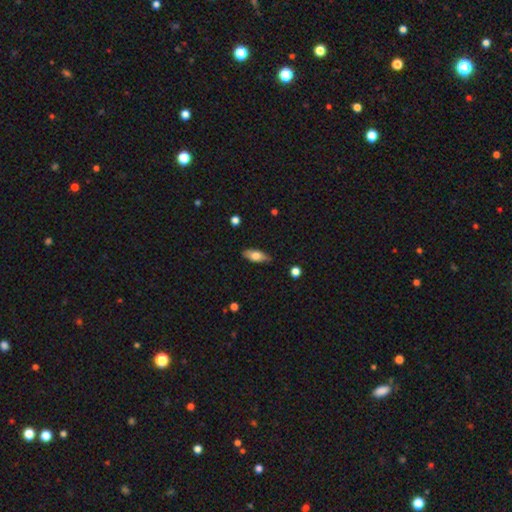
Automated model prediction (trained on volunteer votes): Smooth or featured? smooth (70%)
How rounded? in between (76%)
Merging? none (85%)